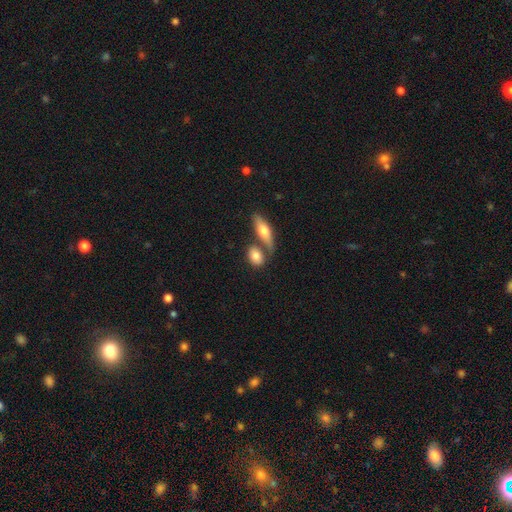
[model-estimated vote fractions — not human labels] A smooth galaxy with no disk features (77%) that is in between round and cigar-shaped (71%).

Vote fractions:
- Smooth or featured? smooth: 77% / featured or disk: 16% / star or artifact: 6%
- How rounded? in between: 71% / round: 20% / cigar-shaped: 9%
- Merging? none: 53% / merger: 31% / minor disturbance: 12% / major disturbance: 4%